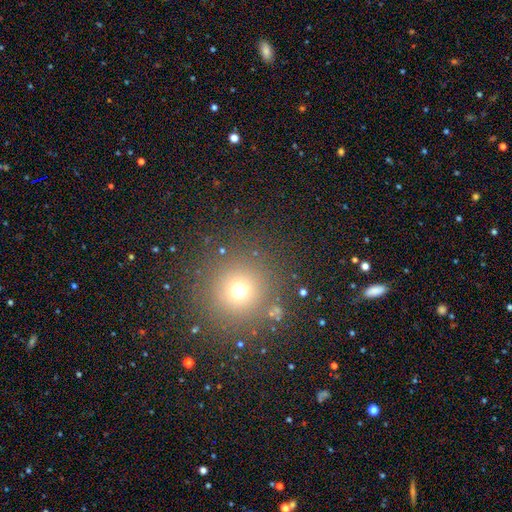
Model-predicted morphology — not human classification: Smooth or featured?
  - smooth: 59% *
  - star or artifact: 33%
  - featured or disk: 8%
How rounded?
  - round: 94% *
  - in between: 4%
  - cigar-shaped: 1%
Merging?
  - none: 87% *
  - minor disturbance: 6%
  - merger: 4%
  - major disturbance: 3%